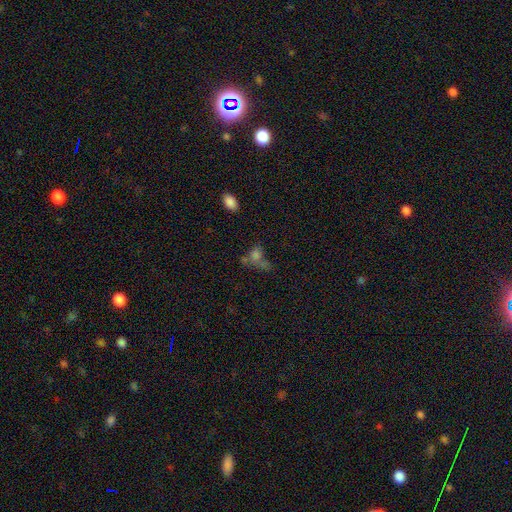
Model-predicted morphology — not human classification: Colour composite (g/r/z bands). It shows a smooth galaxy with no disk features (62%) that is in between round and cigar-shaped (60%). Merging: merger (39%).